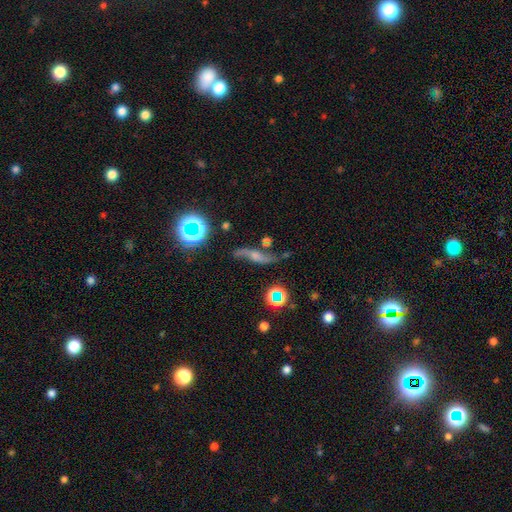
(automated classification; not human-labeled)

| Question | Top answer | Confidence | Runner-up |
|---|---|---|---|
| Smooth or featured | featured or disk | 68% | smooth (18%) |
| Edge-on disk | no | 73% | yes (27%) |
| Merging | none | 58% | minor disturbance (22%) |